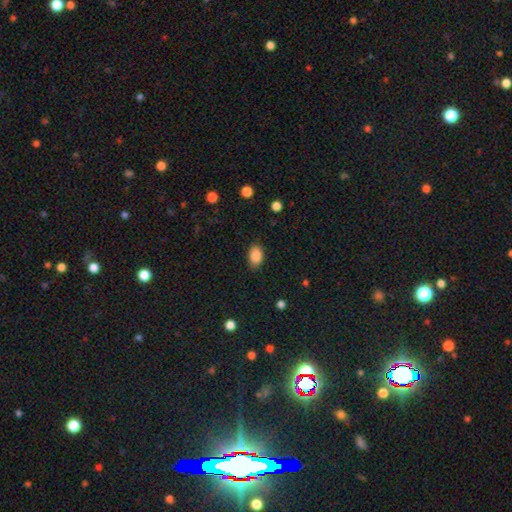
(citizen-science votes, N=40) Smooth or featured? 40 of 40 (100%) said smooth. How rounded? 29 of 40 (72%) said in between. Merging? 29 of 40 (72%) said none.